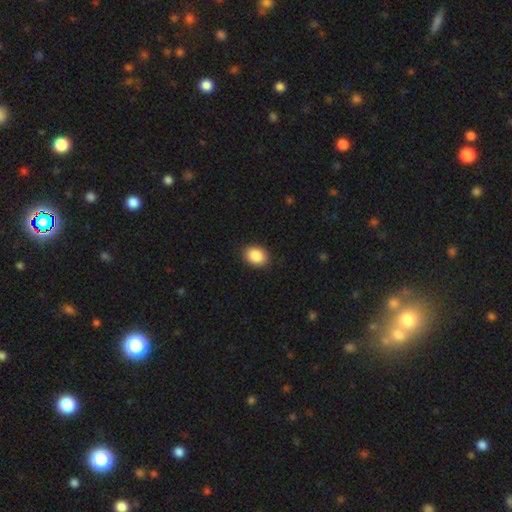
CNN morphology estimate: smooth 89%, star or artifact 7%, featured or disk 4%. Down the decision tree: how rounded — in between (69%); merging — none (89%).